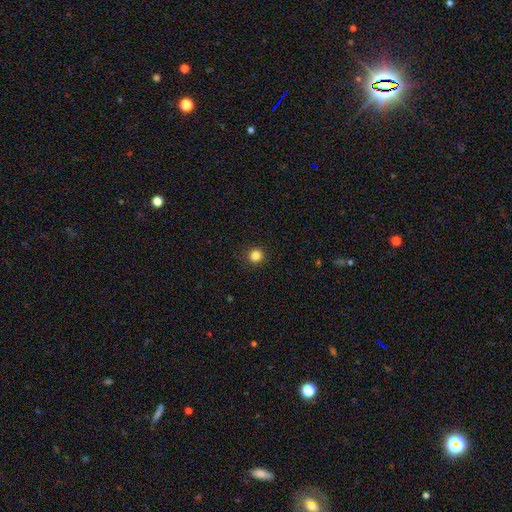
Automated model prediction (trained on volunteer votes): This appears to be a smooth galaxy with no disk features (84%) that is round (93%). Merging: none (91%).